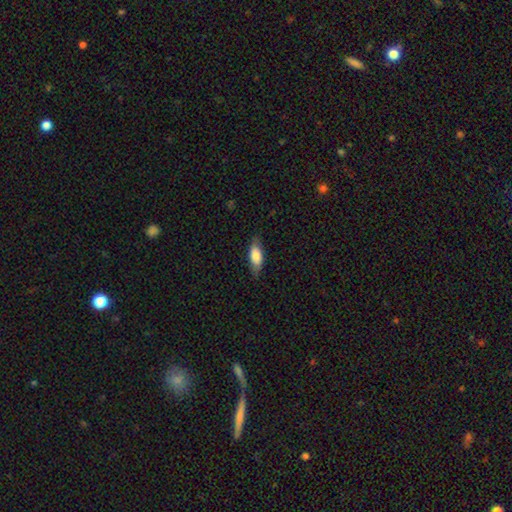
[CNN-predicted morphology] The model was most divided on "how rounded": in between: 76%, cigar-shaped: 21%, round: 2%. More confident: smooth or featured — smooth (79%); merging — none (77%).